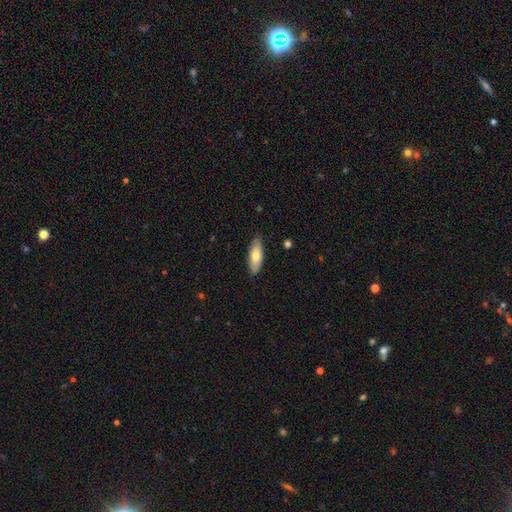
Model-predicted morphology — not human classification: A smooth galaxy with no disk features (71%) that is in between round and cigar-shaped (71%). Merging: none (85%).